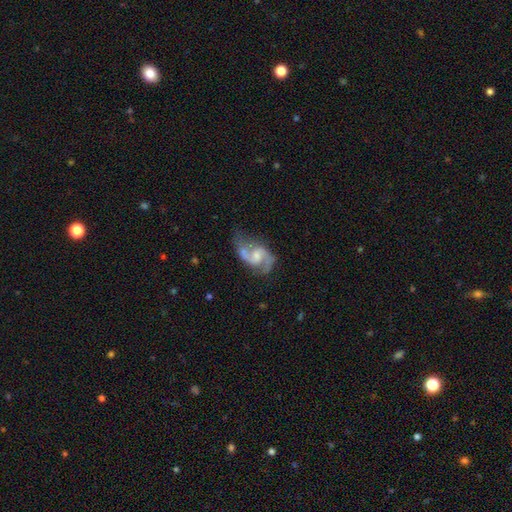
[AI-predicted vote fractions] Smooth or featured? Predicted: featured or disk (p=0.86). Edge-on disk? Predicted: no (p=0.98). Bar? Predicted: weak (p=0.47). Spiral arms? Predicted: yes (p=0.95). Spiral winding? Predicted: medium (p=0.47). Spiral arm count? Predicted: 2 (p=0.90). Bulge size? Predicted: moderate (p=0.40). Merging? Predicted: none (p=0.51).